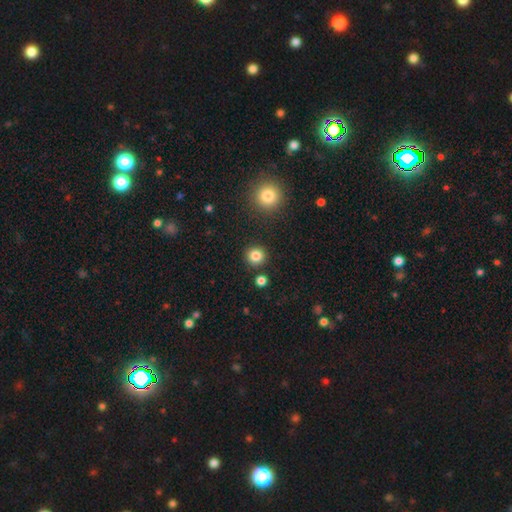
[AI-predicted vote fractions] A smooth galaxy with no disk features (83%) that is round (94%). Merging: none (89%).